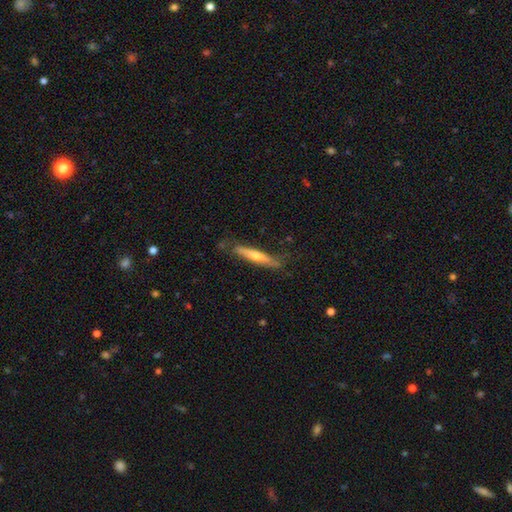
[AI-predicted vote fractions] Q: Smooth or featured?
A: featured or disk (52%); runner-up: smooth (42%)
Q: Edge-on disk?
A: yes (91%); runner-up: no (9%)
Q: Merging?
A: none (77%); runner-up: minor disturbance (18%)